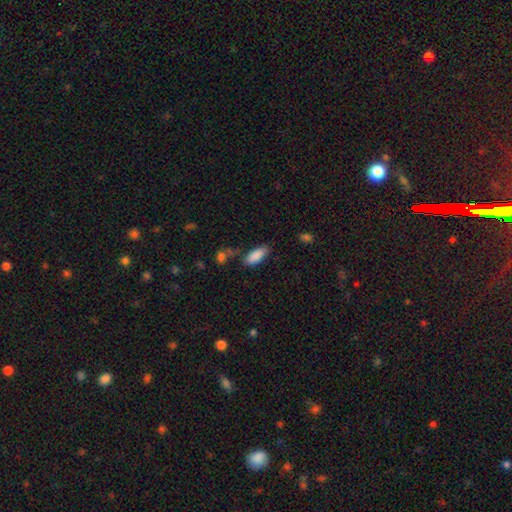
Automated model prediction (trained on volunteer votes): Smooth or featured: smooth — 88% (star or artifact — 7%)
How rounded: in between — 79% (cigar-shaped — 20%)
Merging: none — 73% (minor disturbance — 17%)